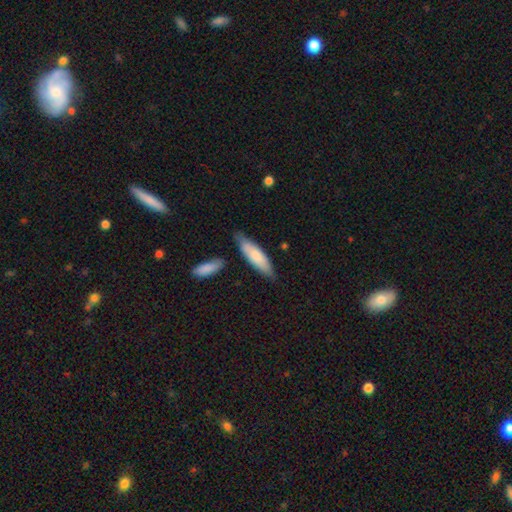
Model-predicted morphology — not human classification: Smooth or featured? Predicted: smooth (p=0.75). How rounded? Predicted: cigar-shaped (p=0.57). Merging? Predicted: none (p=0.71).